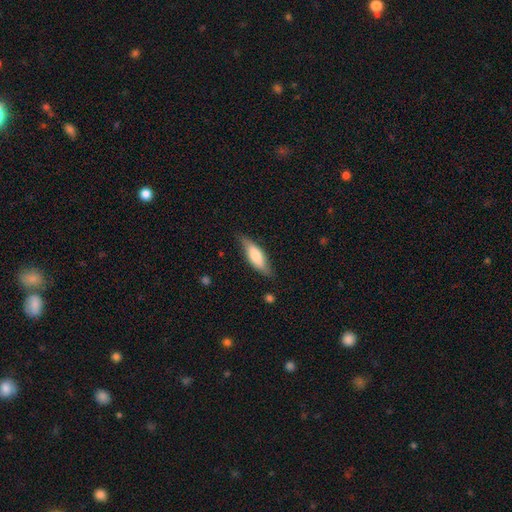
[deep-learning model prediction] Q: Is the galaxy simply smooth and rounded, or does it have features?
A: smooth — 66%.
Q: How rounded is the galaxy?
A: in between — 51%.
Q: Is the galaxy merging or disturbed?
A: none — 75%.